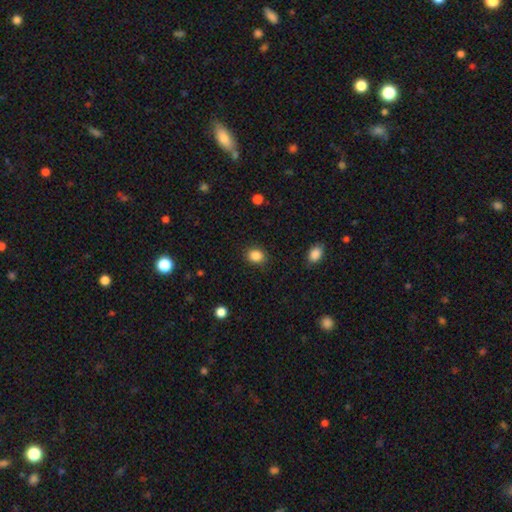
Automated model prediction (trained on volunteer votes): smooth_or_featured: smooth (p=0.87) [alt: star or artifact p=0.09]
how_rounded: round (p=0.52) [alt: in between p=0.47]
merging: none (p=0.88) [alt: minor disturbance p=0.09]